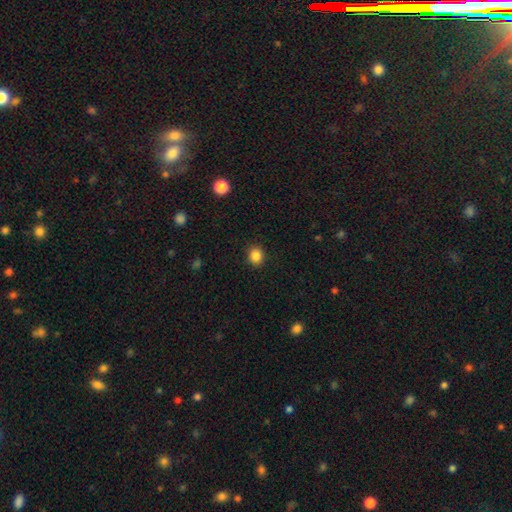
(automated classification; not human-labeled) smooth_or_featured: smooth (p=0.86) [alt: star or artifact p=0.11]
how_rounded: round (p=0.77) [alt: in between p=0.23]
merging: none (p=0.90) [alt: minor disturbance p=0.07]